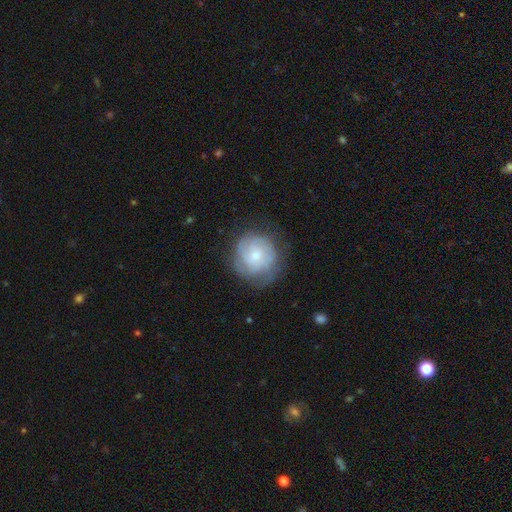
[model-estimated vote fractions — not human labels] Smooth or featured? featured or disk (60%)
Edge-on disk? no (98%)
Bar? no (76%)
Spiral arms? yes (86%)
Spiral winding? tight (63%)
Spiral arm count? can't tell (44%)
Bulge size? small (59%)
Merging? none (71%)